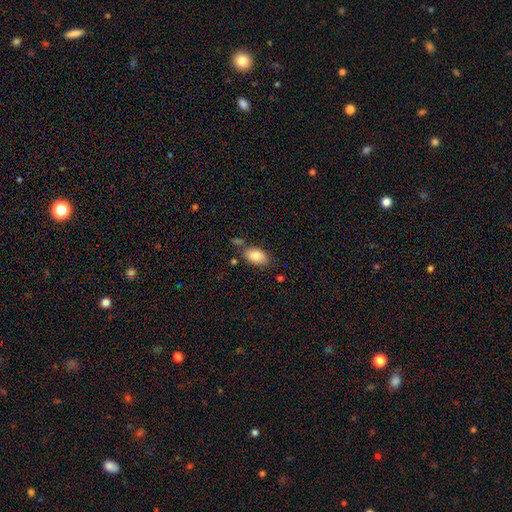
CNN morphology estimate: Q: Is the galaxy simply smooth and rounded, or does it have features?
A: smooth — 83%.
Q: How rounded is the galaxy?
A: in between — 92%.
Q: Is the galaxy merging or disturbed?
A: none — 72%.